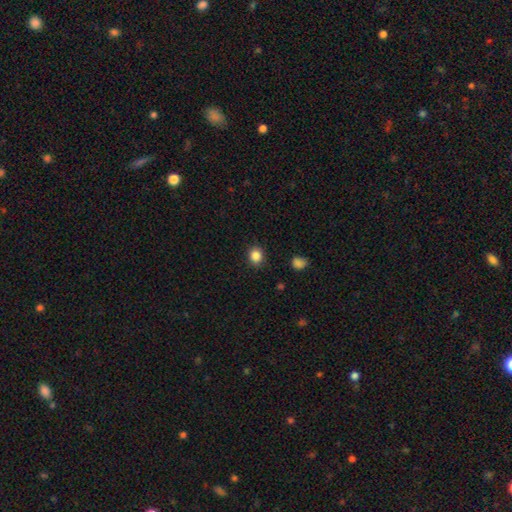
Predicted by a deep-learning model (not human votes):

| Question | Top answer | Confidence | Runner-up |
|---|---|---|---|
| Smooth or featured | smooth | 86% | star or artifact (10%) |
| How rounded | round | 73% | in between (26%) |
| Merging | none | 88% | minor disturbance (9%) |